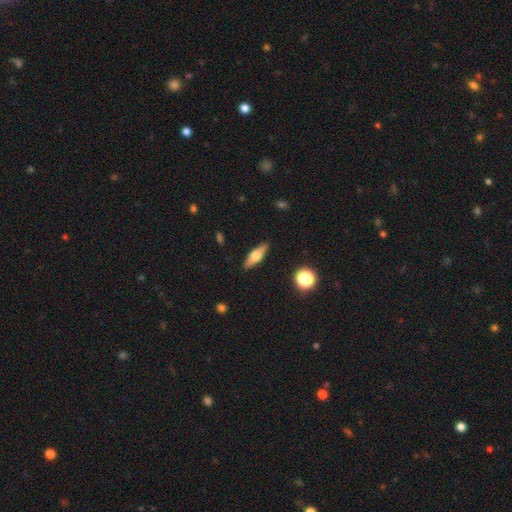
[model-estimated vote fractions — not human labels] The model was most divided on "smooth or featured": featured or disk: 47%, smooth: 46%, star or artifact: 7%. More confident: merging — none (89%).